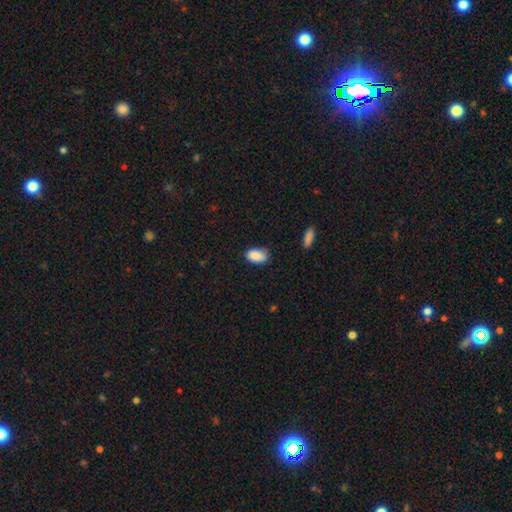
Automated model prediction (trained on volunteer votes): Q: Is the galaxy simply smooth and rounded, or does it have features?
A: smooth — 88%.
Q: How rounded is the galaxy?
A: in between — 92%.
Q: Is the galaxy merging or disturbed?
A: none — 72%.